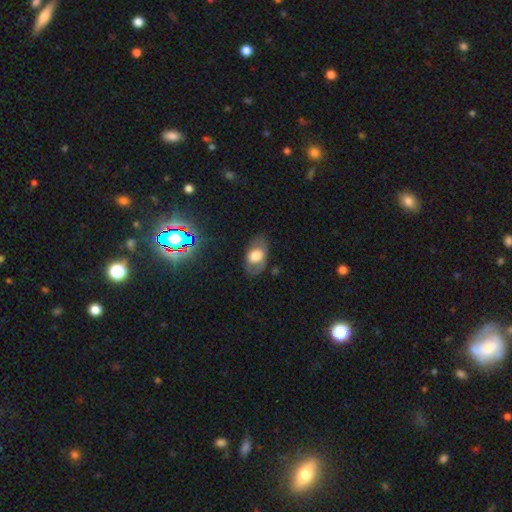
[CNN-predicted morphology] smooth_or_featured: smooth (p=0.58) [alt: featured or disk p=0.32]
how_rounded: in between (p=0.88) [alt: round p=0.11]
merging: none (p=0.70) [alt: minor disturbance p=0.20]